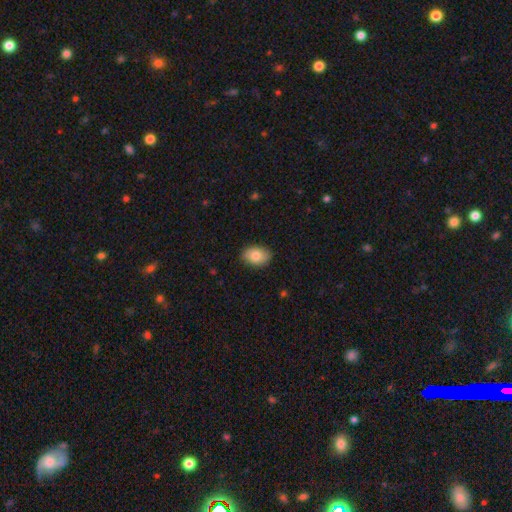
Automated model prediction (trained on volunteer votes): A smooth galaxy with no disk features (83%) that is in between round and cigar-shaped (82%).

Vote fractions:
- Smooth or featured? smooth: 83% / featured or disk: 10% / star or artifact: 7%
- How rounded? in between: 82% / round: 17% / cigar-shaped: 1%
- Merging? none: 85% / minor disturbance: 11% / major disturbance: 2% / merger: 1%